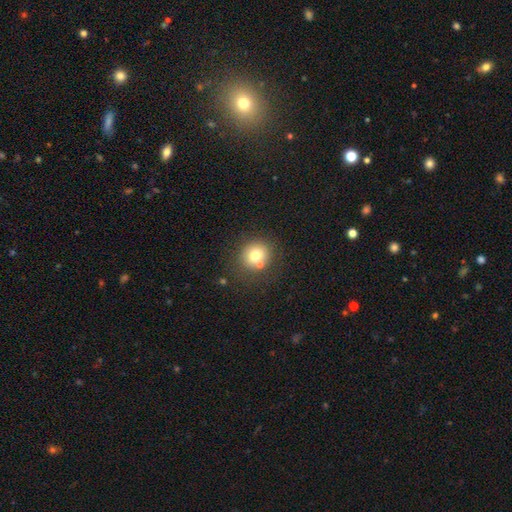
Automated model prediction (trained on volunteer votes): A smooth galaxy with no disk features (75%) that is round (83%). Merging: none (69%).